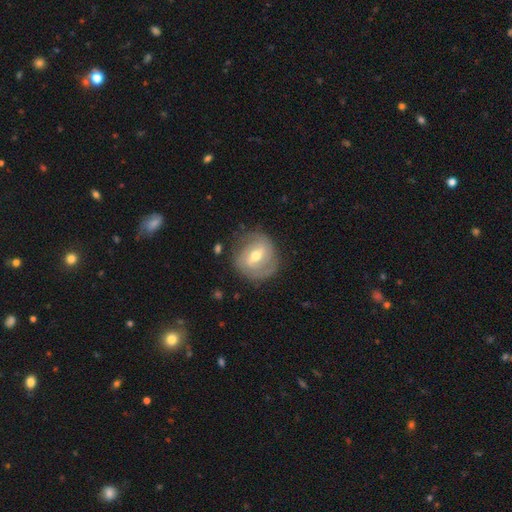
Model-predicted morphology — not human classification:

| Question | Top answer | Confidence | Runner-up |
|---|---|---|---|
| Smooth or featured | featured or disk | 70% | smooth (23%) |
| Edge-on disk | no | 96% | yes (4%) |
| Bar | weak | 51% | strong (29%) |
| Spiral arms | yes | 79% | no (21%) |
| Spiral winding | tight | 45% | medium (37%) |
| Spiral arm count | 2 | 61% | can't tell (23%) |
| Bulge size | moderate | 69% | small (25%) |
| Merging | none | 75% | minor disturbance (17%) |